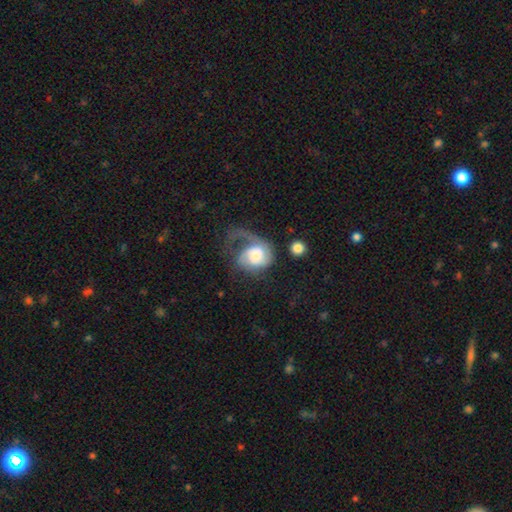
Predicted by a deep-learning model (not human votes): smooth_or_featured: featured or disk (p=0.64) [alt: smooth p=0.29]
disk_edge_on: no (p=0.98) [alt: yes p=0.02]
bar: no (p=0.61) [alt: weak p=0.32]
has_spiral_arms: yes (p=0.87) [alt: no p=0.13]
spiral_winding: loose (p=0.41) [alt: medium p=0.37]
spiral_arm_count: 1 (p=0.63) [alt: 2 p=0.22]
bulge_size: moderate (p=0.34) [alt: large p=0.30]
merging: major disturbance (p=0.56) [alt: none p=0.23]